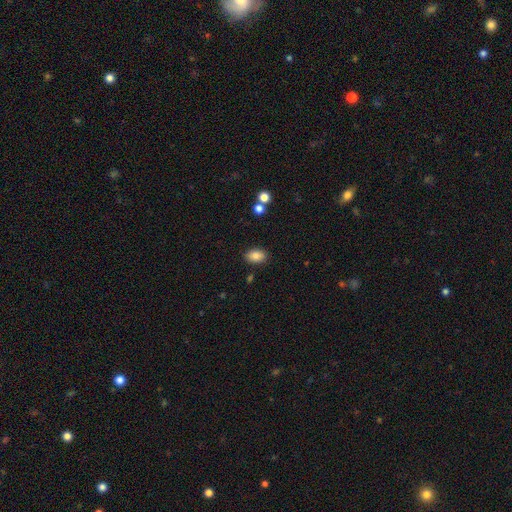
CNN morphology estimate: A smooth galaxy with no disk features (84%) that is in between round and cigar-shaped (85%).

Vote fractions:
- Smooth or featured? smooth: 84% / star or artifact: 9% / featured or disk: 7%
- How rounded? in between: 85% / round: 14% / cigar-shaped: 1%
- Merging? none: 86% / minor disturbance: 9% / merger: 3% / major disturbance: 2%